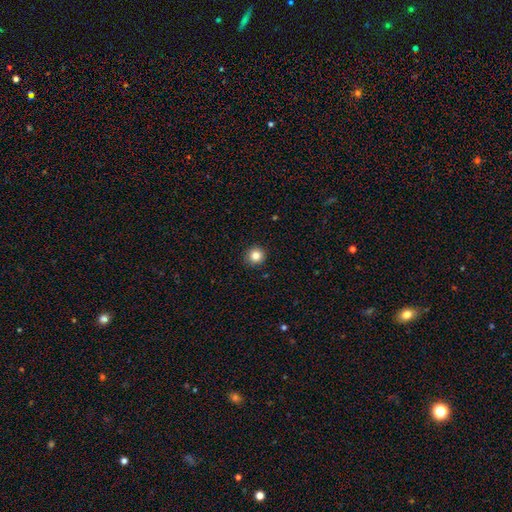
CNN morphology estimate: Smooth or featured? Predicted: smooth (p=0.84). How rounded? Predicted: round (p=0.94). Merging? Predicted: none (p=0.92).